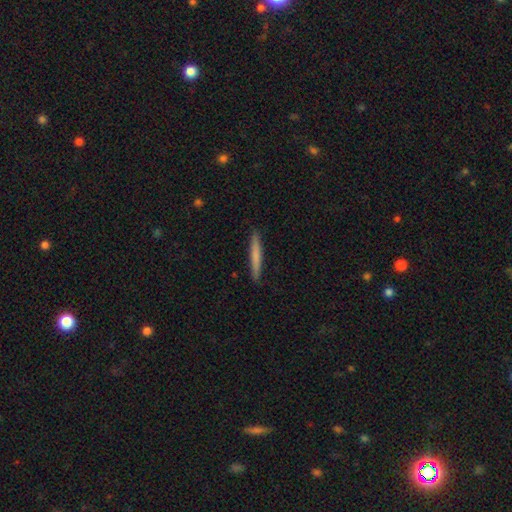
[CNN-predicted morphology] Overall: smooth (70%). How rounded: cigar-shaped (96%). Merging: none (91%).